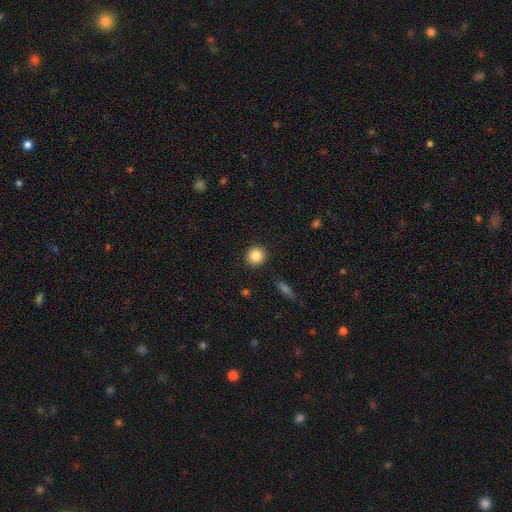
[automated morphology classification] The model was most divided on "smooth or featured": smooth: 85%, star or artifact: 9%, featured or disk: 6%. More confident: how rounded — round (94%); merging — none (92%).